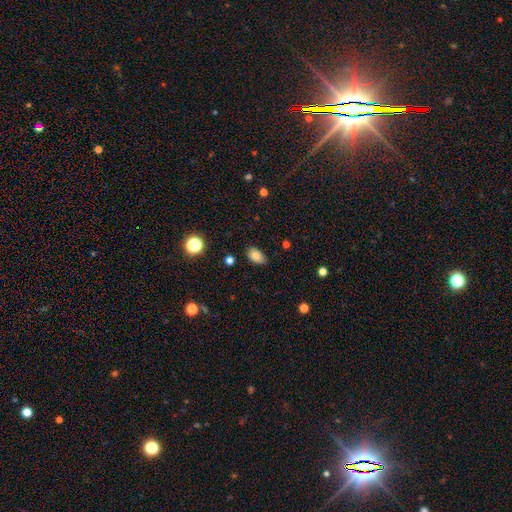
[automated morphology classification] type=smooth (82%); roundness=in between (89%); merging=none (81%).